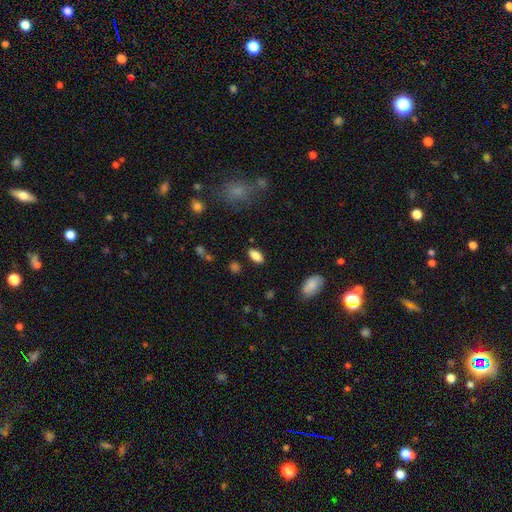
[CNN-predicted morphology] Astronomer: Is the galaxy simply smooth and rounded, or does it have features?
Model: smooth — 85%.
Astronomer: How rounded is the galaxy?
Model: in between — 89%.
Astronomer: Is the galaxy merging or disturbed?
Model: none — 85%.